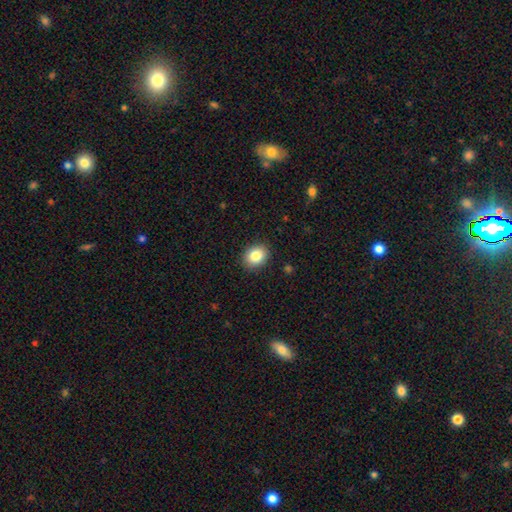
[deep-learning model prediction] Q: Smooth or featured?
A: smooth (84%); runner-up: star or artifact (9%)
Q: How rounded?
A: in between (51%); runner-up: round (48%)
Q: Merging?
A: none (90%); runner-up: minor disturbance (7%)